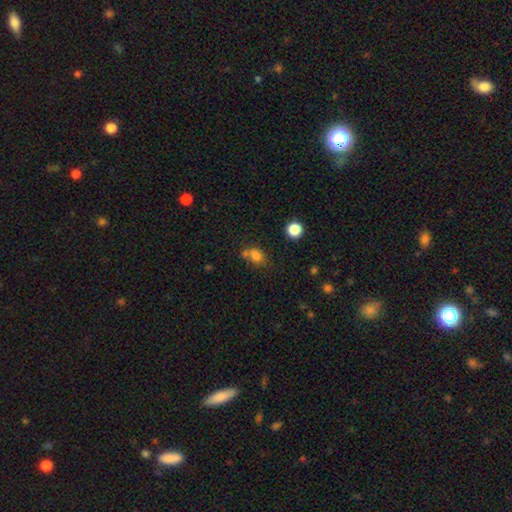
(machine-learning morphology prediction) A smooth galaxy with no disk features (75%) that is in between round and cigar-shaped (56%). Merging: none (41%).